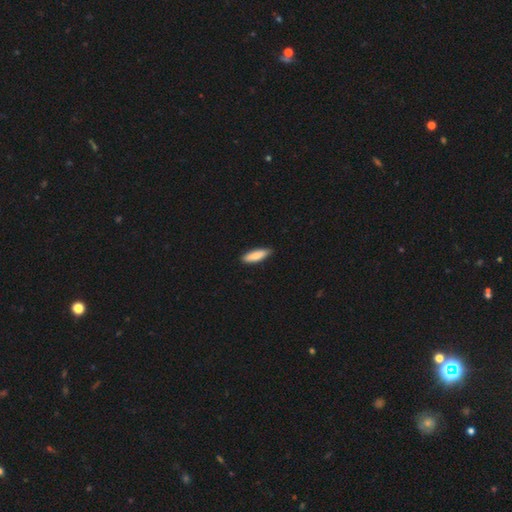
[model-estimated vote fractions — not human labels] smooth-or-featured: smooth: 85% | featured or disk: 9% | star or artifact: 5%
  how-rounded: cigar-shaped: 55% | in between: 44% | round: 2%
  merging: none: 86% | minor disturbance: 11% | major disturbance: 2% | merger: 1%